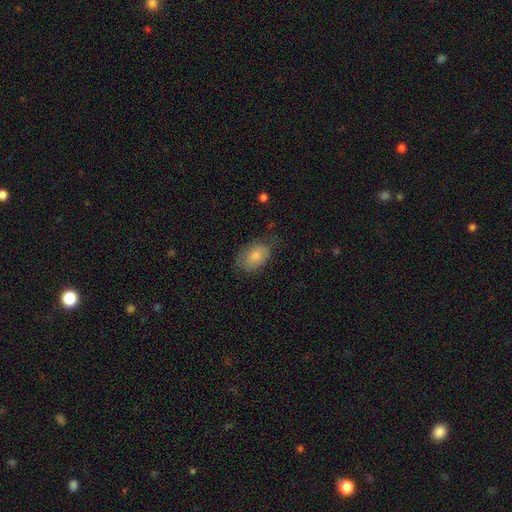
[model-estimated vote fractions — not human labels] A smooth galaxy with no disk features (75%) that is in between round and cigar-shaped (82%). Merging: none (68%).